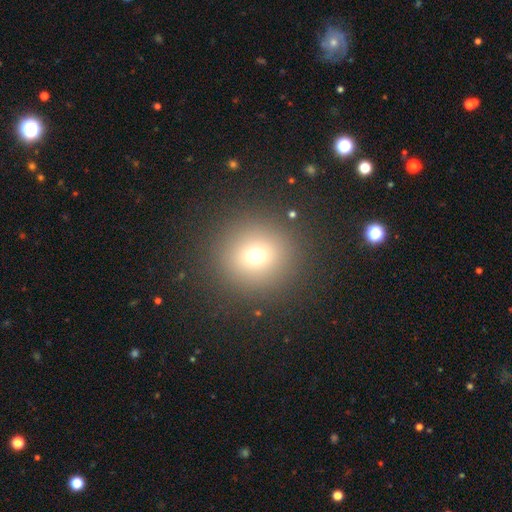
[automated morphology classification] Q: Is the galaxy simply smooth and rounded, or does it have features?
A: smooth — 70%.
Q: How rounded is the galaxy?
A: round — 94%.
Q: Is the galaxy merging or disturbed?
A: none — 90%.